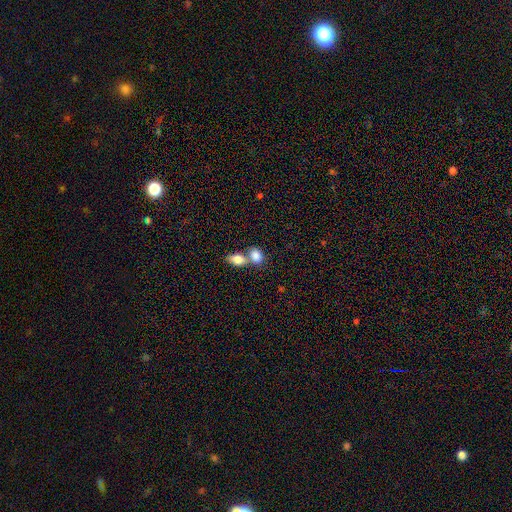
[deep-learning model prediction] Smooth or featured? smooth (83%)
How rounded? in between (74%)
Merging? merger (61%)